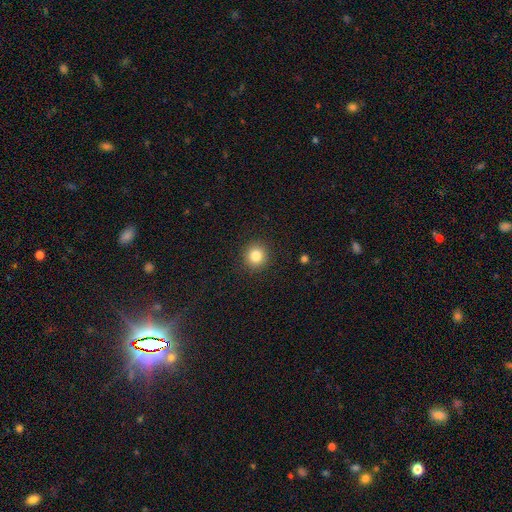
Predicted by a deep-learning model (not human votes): Overall: smooth (83%). How rounded: round (93%). Merging: none (92%).